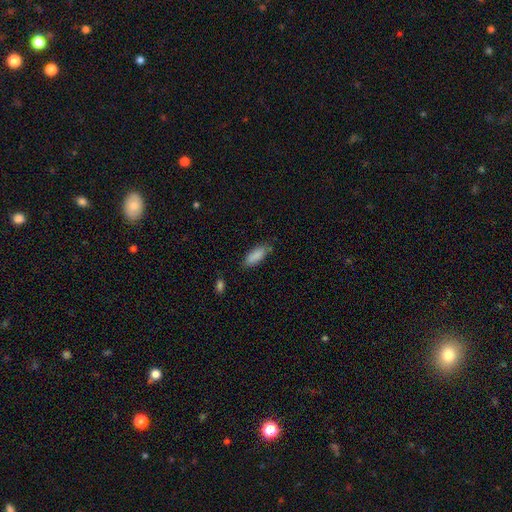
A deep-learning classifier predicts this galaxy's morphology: This is clearly a smooth galaxy (88%). How rounded: likely in between (71%). Merging: likely none (74%).